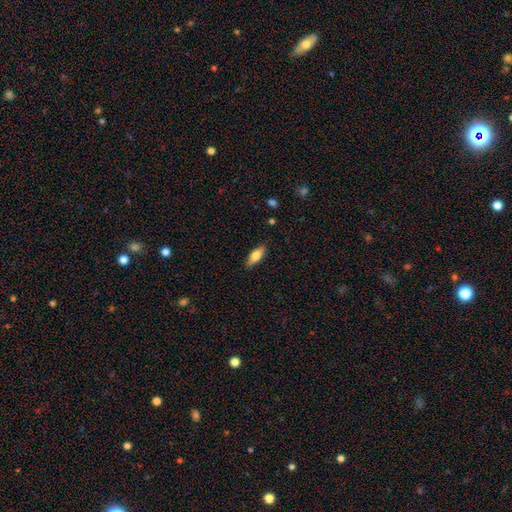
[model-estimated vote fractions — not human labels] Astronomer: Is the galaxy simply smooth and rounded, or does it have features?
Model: smooth — 65%.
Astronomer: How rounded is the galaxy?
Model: in between — 67%.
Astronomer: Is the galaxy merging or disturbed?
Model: none — 87%.